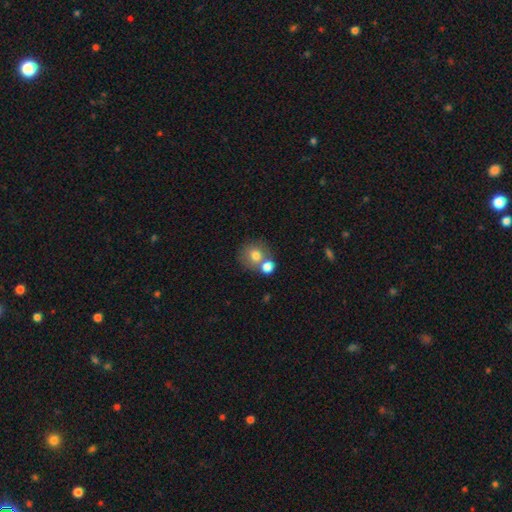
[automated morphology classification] Smooth or featured? Predicted: smooth (p=0.76). How rounded? Predicted: round (p=0.85). Merging? Predicted: none (p=0.49).